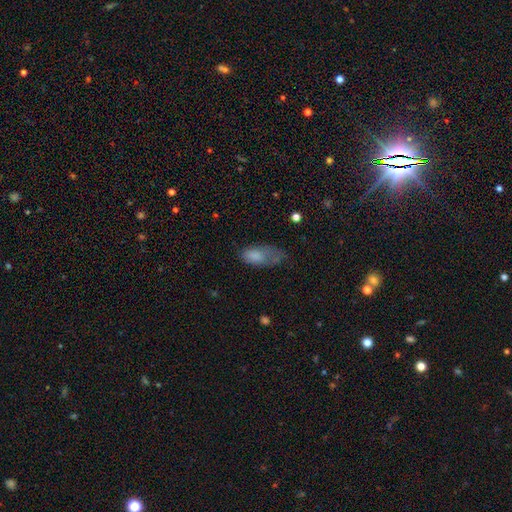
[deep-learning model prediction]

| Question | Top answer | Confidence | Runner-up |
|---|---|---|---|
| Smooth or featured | smooth | 76% | featured or disk (15%) |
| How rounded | in between | 90% | cigar-shaped (7%) |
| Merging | major disturbance | 35% | minor disturbance (34%) |